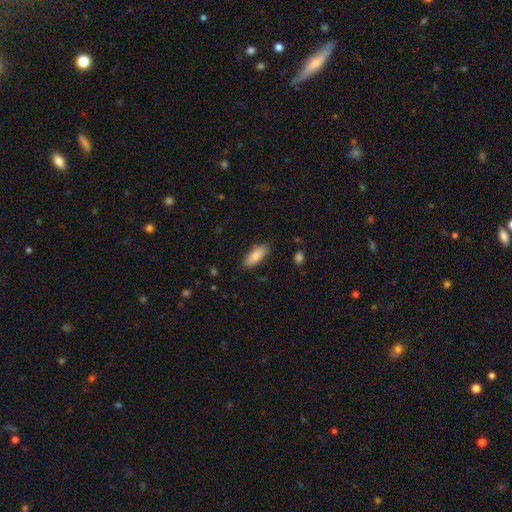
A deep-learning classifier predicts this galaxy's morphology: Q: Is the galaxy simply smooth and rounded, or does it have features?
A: smooth — 86%.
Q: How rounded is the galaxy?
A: in between — 77%.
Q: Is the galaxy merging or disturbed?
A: none — 86%.